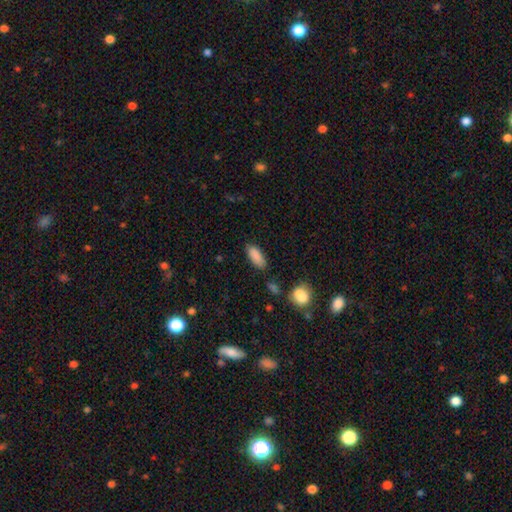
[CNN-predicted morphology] smooth_or_featured: smooth (p=0.88) [alt: star or artifact p=0.07]
how_rounded: in between (p=0.82) [alt: cigar-shaped p=0.16]
merging: none (p=0.80) [alt: minor disturbance p=0.14]